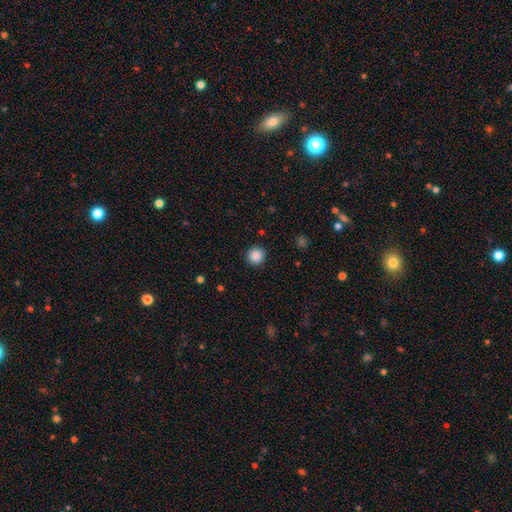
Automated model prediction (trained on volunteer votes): Smooth or featured?
  - smooth: 87% *
  - star or artifact: 9%
  - featured or disk: 3%
How rounded?
  - round: 94% *
  - in between: 5%
  - cigar-shaped: 1%
Merging?
  - none: 91% *
  - minor disturbance: 6%
  - major disturbance: 2%
  - merger: 1%